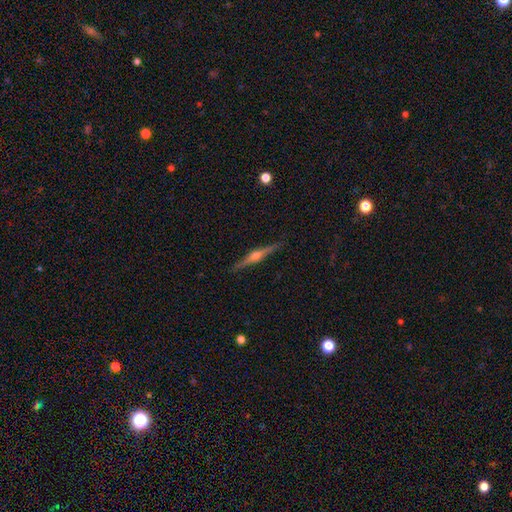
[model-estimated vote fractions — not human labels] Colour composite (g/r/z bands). It shows a featured or disk galaxy (83%) viewed edge-on (98%) with a rounded central bulge (93%). Merging: none (91%).